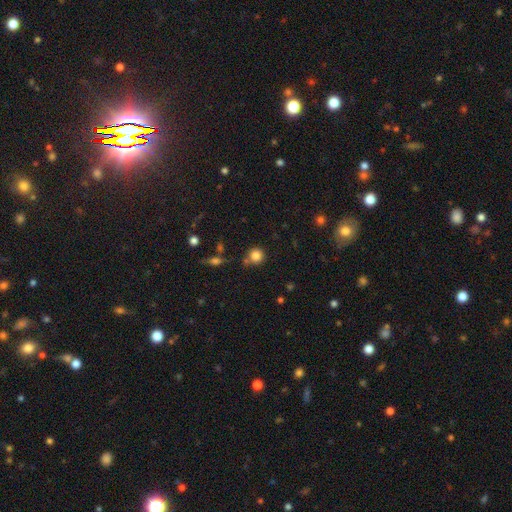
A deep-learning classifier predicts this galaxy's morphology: smooth-or-featured: smooth: 83% | star or artifact: 11% | featured or disk: 6%
  how-rounded: round: 91% | in between: 8% | cigar-shaped: 1%
  merging: none: 73% | minor disturbance: 12% | merger: 12% | major disturbance: 4%